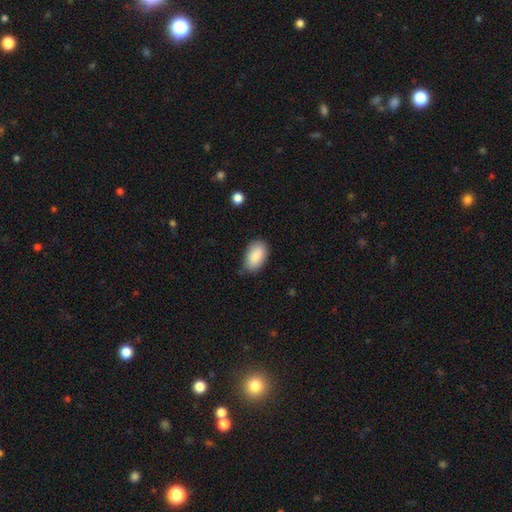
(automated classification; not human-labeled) Morphology: type=smooth (89%); roundness=in between (94%); merging=none (76%).